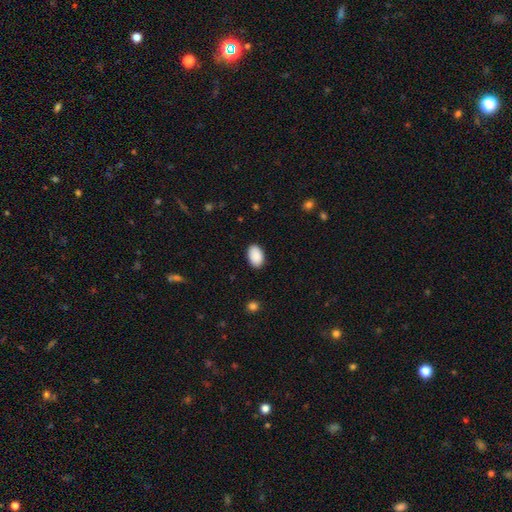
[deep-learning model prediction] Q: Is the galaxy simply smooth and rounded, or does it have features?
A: smooth — 91%.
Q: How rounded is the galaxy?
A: in between — 91%.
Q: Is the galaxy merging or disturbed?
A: none — 89%.